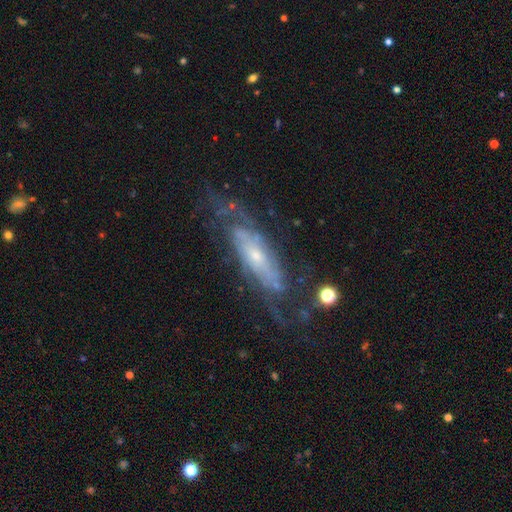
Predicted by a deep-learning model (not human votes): Smooth or featured: featured or disk — 81% (smooth — 11%)
Edge-on disk: no — 78% (yes — 22%)
Bar: no — 64% (weak — 27%)
Spiral arms: yes — 89% (no — 11%)
Spiral winding: tight — 52% (medium — 35%)
Spiral arm count: can't tell — 49% (2 — 26%)
Bulge size: small — 62% (moderate — 30%)
Merging: none — 67% (minor disturbance — 18%)